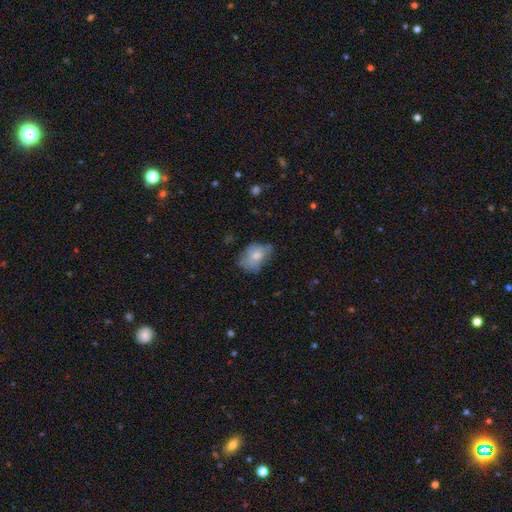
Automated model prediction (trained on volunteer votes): Smooth or featured?
  - smooth: 65% *
  - featured or disk: 26%
  - star or artifact: 9%
How rounded?
  - in between: 77% *
  - round: 22%
  - cigar-shaped: 1%
Merging?
  - none: 44% *
  - minor disturbance: 35%
  - major disturbance: 18%
  - merger: 3%